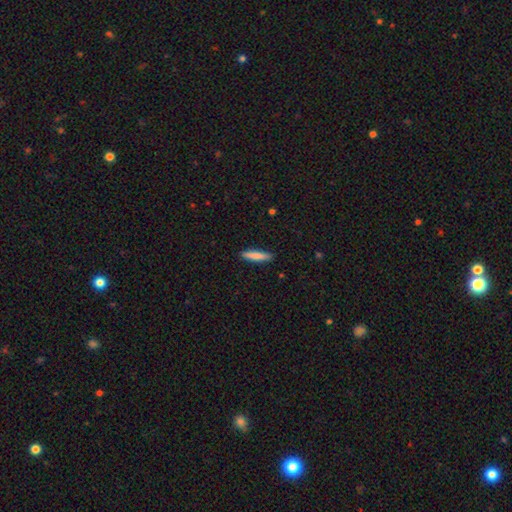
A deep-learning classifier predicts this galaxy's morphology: This is clearly a smooth galaxy (81%). How rounded: clearly cigar-shaped (88%). Merging: clearly none (90%).